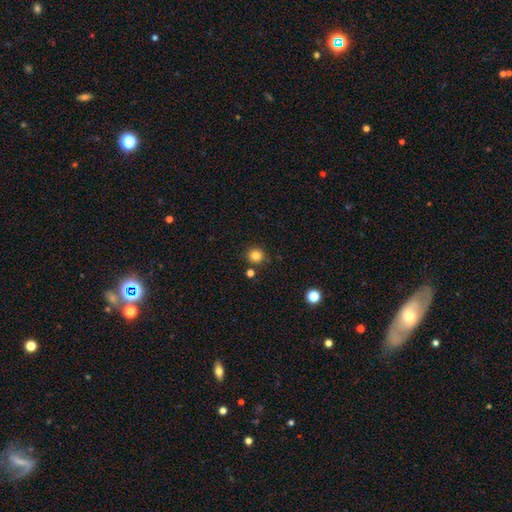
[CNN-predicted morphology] The model was most divided on "smooth or featured": smooth: 83%, star or artifact: 12%, featured or disk: 5%. More confident: how rounded — round (90%); merging — none (86%).